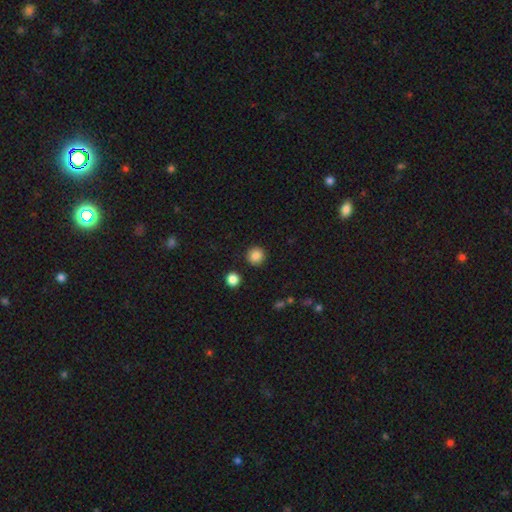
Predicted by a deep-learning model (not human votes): Q: Smooth or featured?
A: smooth (86%); runner-up: star or artifact (10%)
Q: How rounded?
A: round (93%); runner-up: in between (6%)
Q: Merging?
A: none (91%); runner-up: minor disturbance (5%)